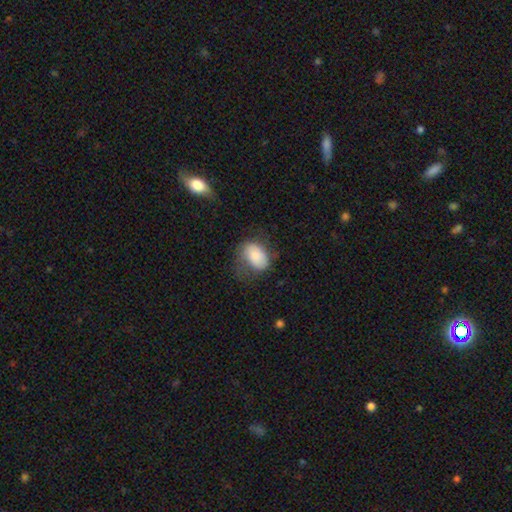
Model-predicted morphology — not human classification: This is likely a smooth galaxy (77%). How rounded: clearly in between (83%). Merging: possibly none (47%).